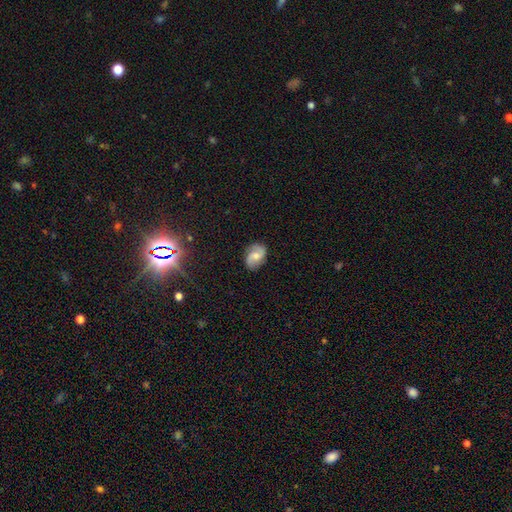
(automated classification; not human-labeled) Smooth or featured? featured or disk (66%)
Edge-on disk? no (97%)
Bar? no (50%)
Spiral arms? yes (92%)
Spiral winding? medium (44%)
Spiral arm count? 2 (89%)
Bulge size? moderate (60%)
Merging? none (80%)